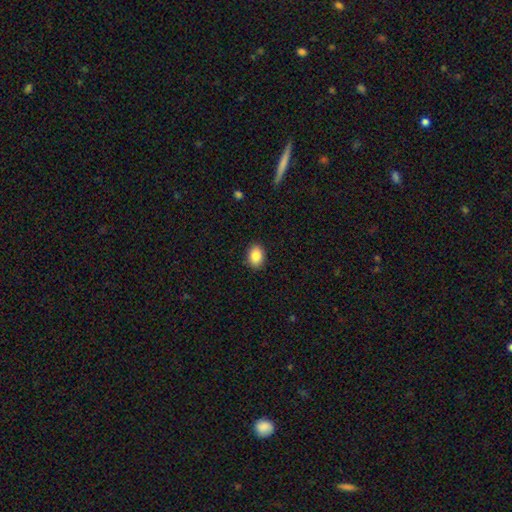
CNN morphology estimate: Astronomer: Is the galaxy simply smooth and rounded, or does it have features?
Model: smooth — 87%.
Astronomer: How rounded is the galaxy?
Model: in between — 75%.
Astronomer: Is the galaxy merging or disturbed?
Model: none — 90%.